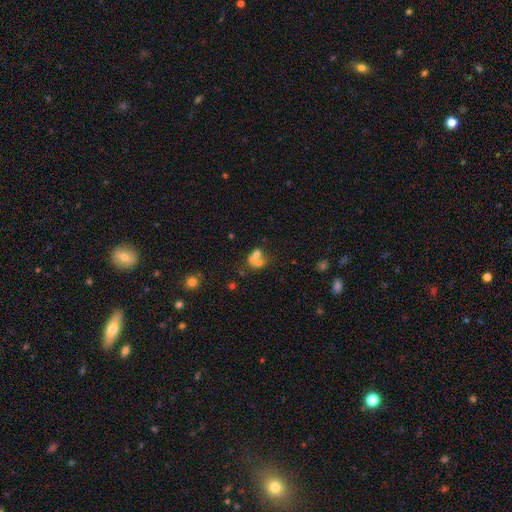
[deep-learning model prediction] The model was most divided on "how rounded": round: 59%, in between: 40%, cigar-shaped: 1%. More confident: merging — merger (60%); smooth or featured — smooth (52%).